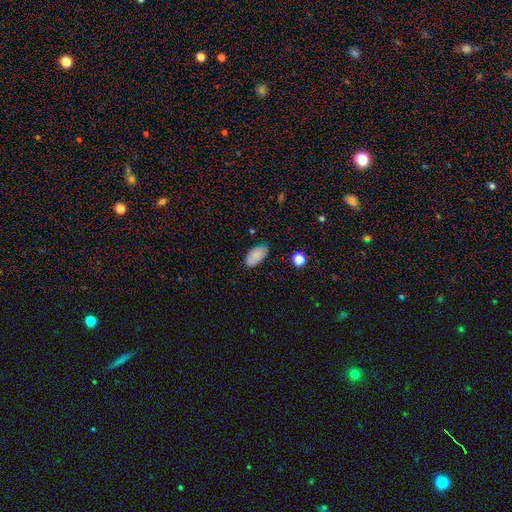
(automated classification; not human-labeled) Smooth or featured? Predicted: smooth (p=0.81). How rounded? Predicted: in between (p=0.94). Merging? Predicted: none (p=0.75).